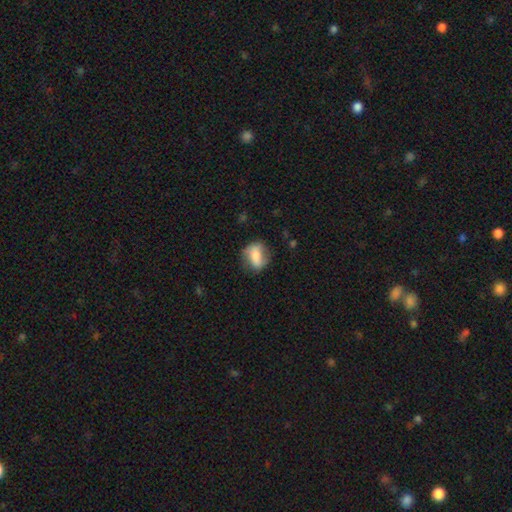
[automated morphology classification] A smooth galaxy with no disk features (68%) that is in between round and cigar-shaped (64%).

Vote fractions:
- Smooth or featured? smooth: 68% / featured or disk: 24% / star or artifact: 8%
- How rounded? in between: 64% / round: 33% / cigar-shaped: 3%
- Merging? none: 62% / minor disturbance: 26% / major disturbance: 10% / merger: 2%